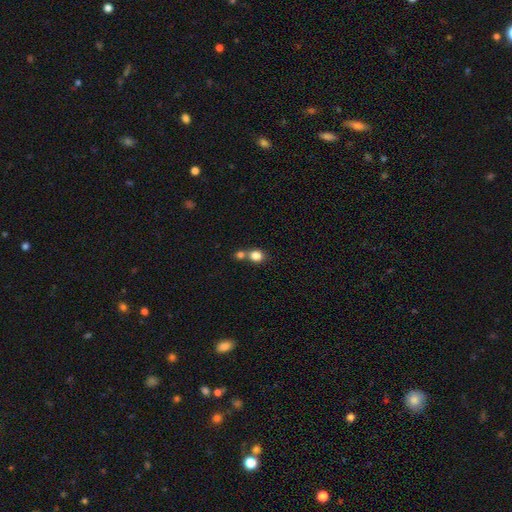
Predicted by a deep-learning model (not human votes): smooth_or_featured: smooth (p=0.83) [alt: star or artifact p=0.10]
how_rounded: round (p=0.69) [alt: in between p=0.30]
merging: merger (p=0.46) [alt: none p=0.43]